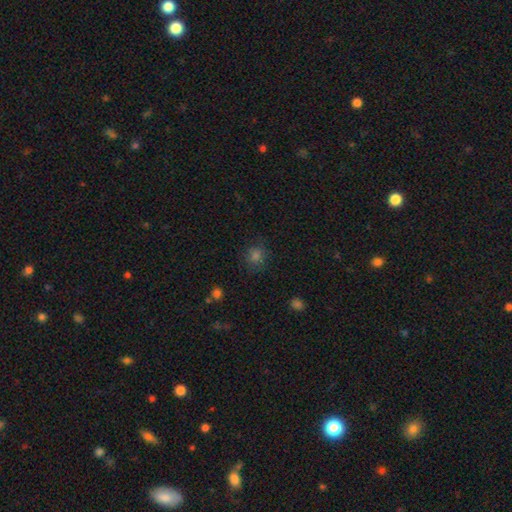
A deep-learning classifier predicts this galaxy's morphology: type=smooth (72%); roundness=round (83%); merging=none (83%).